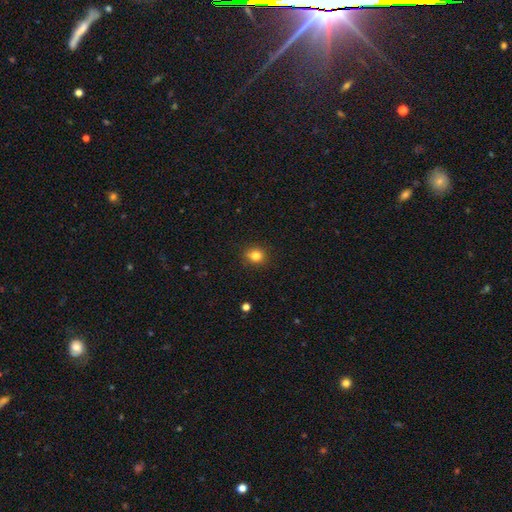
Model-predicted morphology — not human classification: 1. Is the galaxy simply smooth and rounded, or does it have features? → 82% smooth, 12% star or artifact, 6% featured or disk.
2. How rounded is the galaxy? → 76% round, 23% in between, 1% cigar-shaped.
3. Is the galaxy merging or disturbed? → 87% none, 9% minor disturbance, 2% major disturbance, 1% merger.